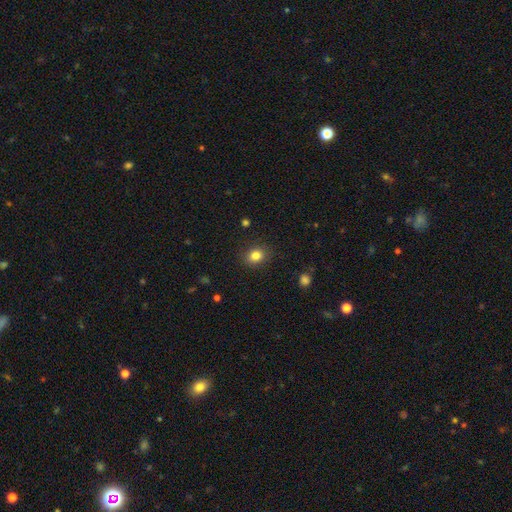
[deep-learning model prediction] smooth_or_featured: smooth (p=0.83) [alt: star or artifact p=0.11]
how_rounded: round (p=0.53) [alt: in between p=0.46]
merging: none (p=0.87) [alt: minor disturbance p=0.09]